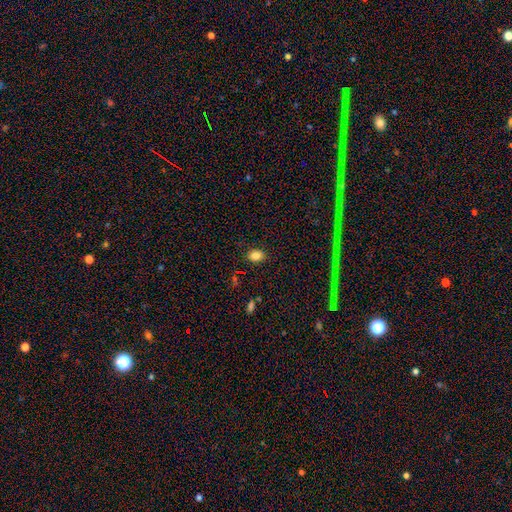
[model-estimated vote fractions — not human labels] smooth-or-featured: smooth: 83% | star or artifact: 11% | featured or disk: 6%
  how-rounded: in between: 74% | round: 24% | cigar-shaped: 1%
  merging: none: 86% | minor disturbance: 10% | major disturbance: 3% | merger: 1%